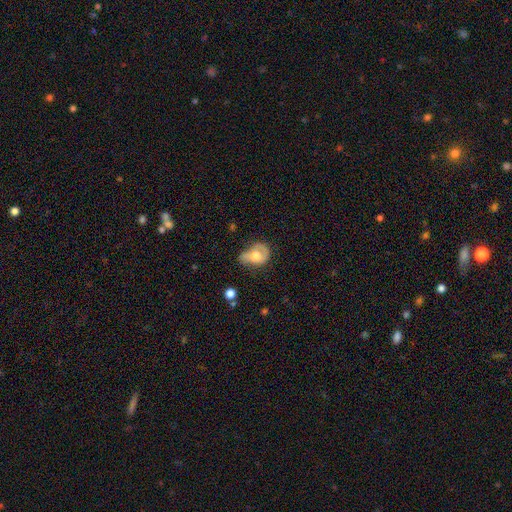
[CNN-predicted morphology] Smooth or featured? smooth (54%)
How rounded? in between (67%)
Merging? minor disturbance (36%)